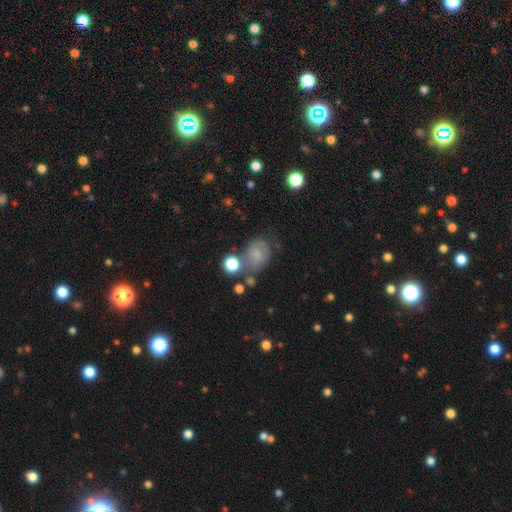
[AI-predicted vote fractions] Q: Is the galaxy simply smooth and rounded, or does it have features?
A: smooth — 66%.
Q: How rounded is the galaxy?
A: in between — 61%.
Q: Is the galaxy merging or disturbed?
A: none — 45%.